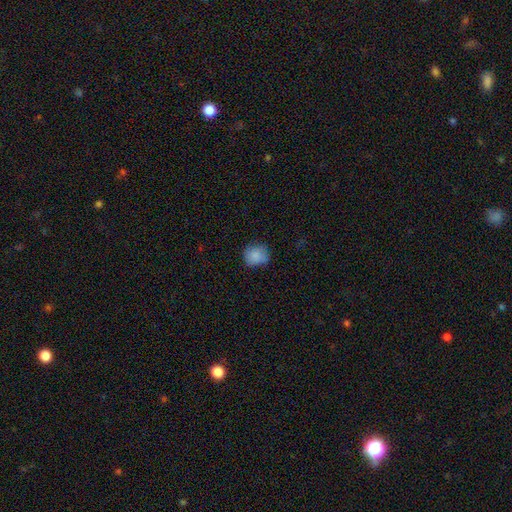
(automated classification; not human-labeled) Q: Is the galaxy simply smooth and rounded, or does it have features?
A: smooth — 87%.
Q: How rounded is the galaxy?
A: round — 80%.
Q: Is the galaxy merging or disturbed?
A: none — 73%.